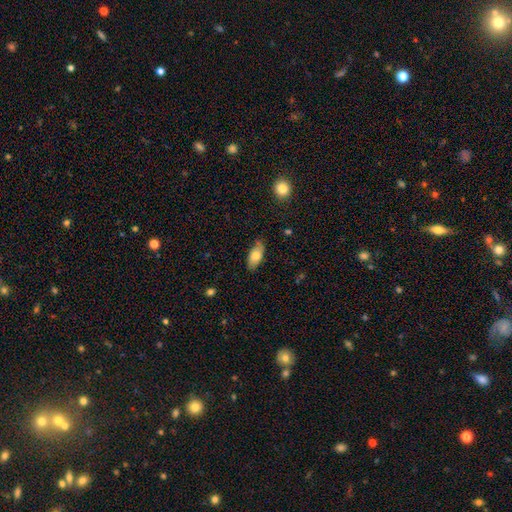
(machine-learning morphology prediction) The model was most divided on "smooth or featured": smooth: 76%, featured or disk: 17%, star or artifact: 7%. More confident: how rounded — in between (88%); merging — none (78%).